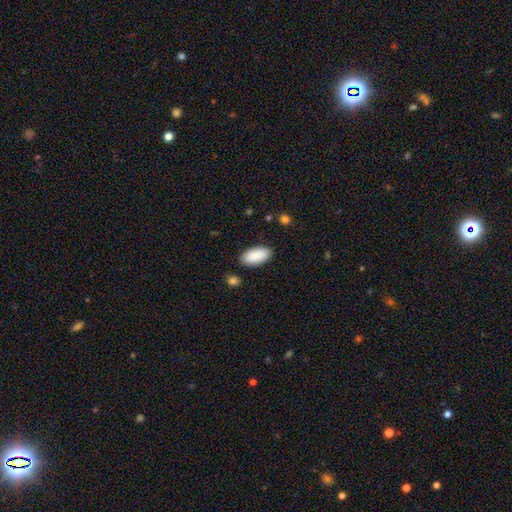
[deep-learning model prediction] smooth_or_featured: smooth (p=0.90) [alt: star or artifact p=0.06]
how_rounded: in between (p=0.93) [alt: cigar-shaped p=0.05]
merging: none (p=0.87) [alt: minor disturbance p=0.09]